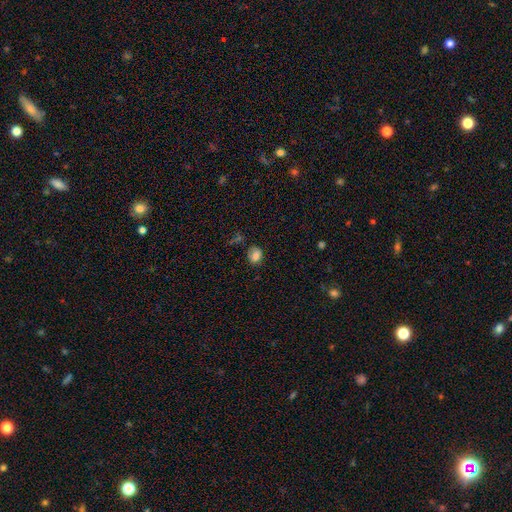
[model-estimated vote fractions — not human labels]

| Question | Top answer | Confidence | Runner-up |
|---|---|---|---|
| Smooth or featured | smooth | 78% | star or artifact (12%) |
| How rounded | round | 56% | in between (43%) |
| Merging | none | 72% | minor disturbance (20%) |